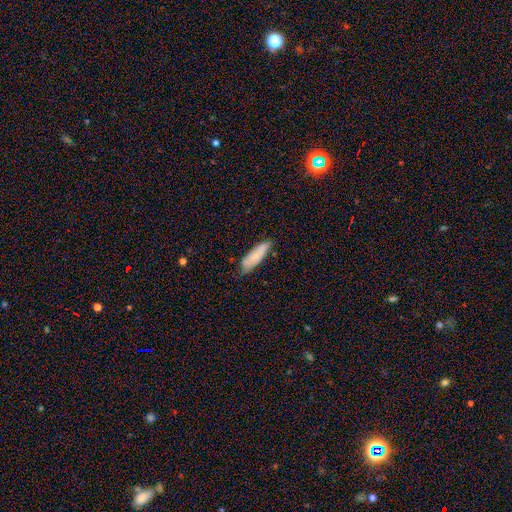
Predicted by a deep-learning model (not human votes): Q: Smooth or featured?
A: smooth (78%); runner-up: featured or disk (16%)
Q: How rounded?
A: cigar-shaped (58%); runner-up: in between (41%)
Q: Merging?
A: none (66%); runner-up: minor disturbance (26%)